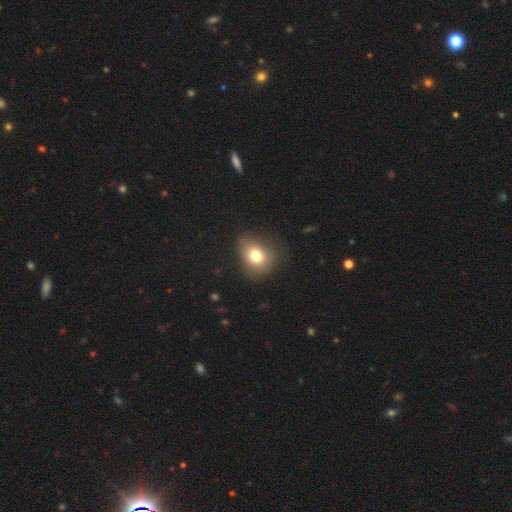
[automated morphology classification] The model was most divided on "how rounded": round: 50%, in between: 49%, cigar-shaped: 1%. More confident: smooth or featured — smooth (76%); merging — none (69%).